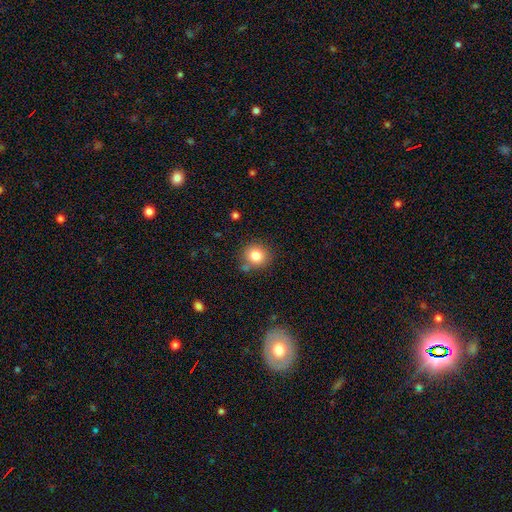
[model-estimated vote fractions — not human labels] This is clearly a smooth galaxy (82%). How rounded: clearly round (89%). Merging: likely none (78%).